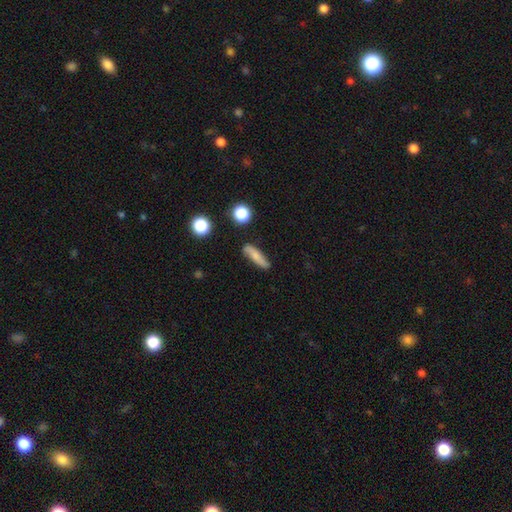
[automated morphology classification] smooth-or-featured: smooth: 66% | featured or disk: 25% | star or artifact: 9%
  how-rounded: cigar-shaped: 66% | in between: 28% | round: 6%
  merging: none: 76% | minor disturbance: 17% | major disturbance: 4% | merger: 3%